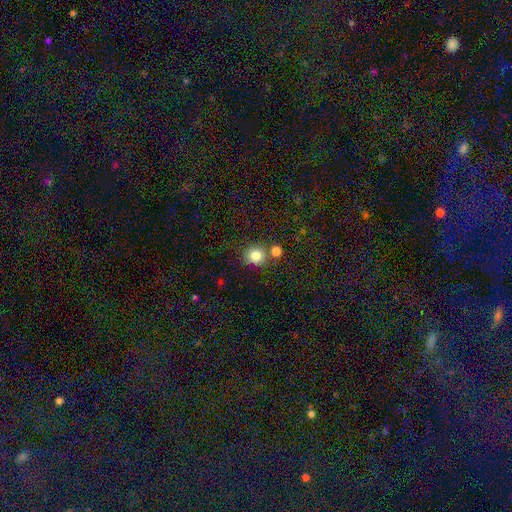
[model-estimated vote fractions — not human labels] Q: Smooth or featured?
A: smooth (82%); runner-up: star or artifact (12%)
Q: How rounded?
A: round (87%); runner-up: in between (12%)
Q: Merging?
A: none (74%); runner-up: merger (14%)